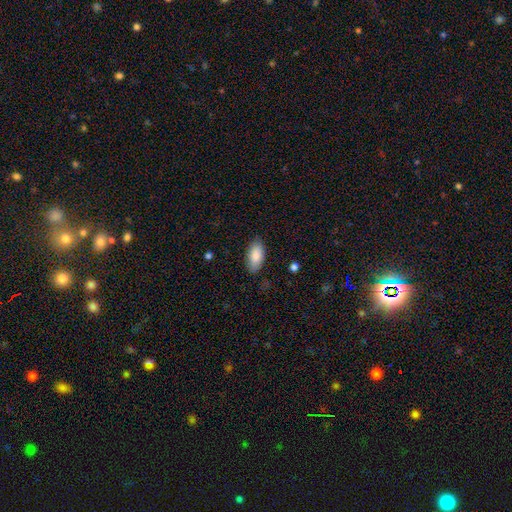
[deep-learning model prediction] Morphology: type=smooth (85%); roundness=in between (92%); merging=none (85%).